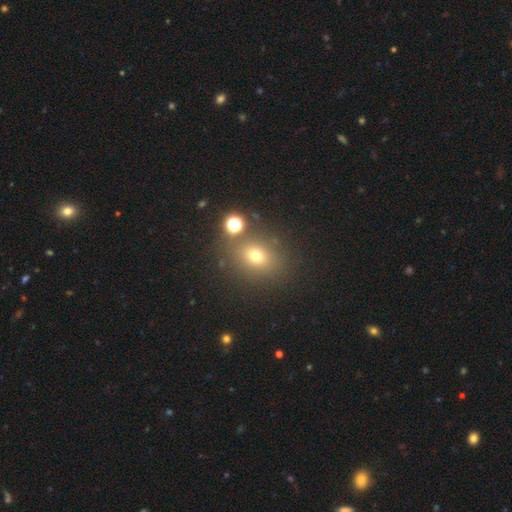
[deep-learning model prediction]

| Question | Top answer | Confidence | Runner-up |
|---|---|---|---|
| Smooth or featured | smooth | 69% | star or artifact (20%) |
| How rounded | round | 56% | in between (43%) |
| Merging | none | 78% | minor disturbance (11%) |